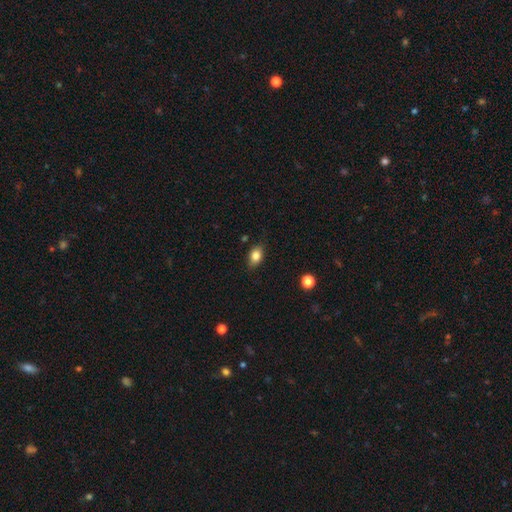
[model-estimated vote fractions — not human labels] The model was most divided on "how rounded": in between: 81%, round: 17%, cigar-shaped: 2%. More confident: smooth or featured — smooth (83%); merging — none (82%).